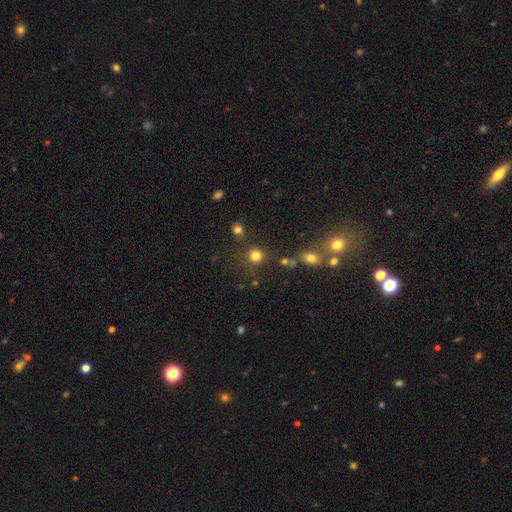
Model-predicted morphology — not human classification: Smooth or featured?
  - smooth: 78% *
  - star or artifact: 16%
  - featured or disk: 5%
How rounded?
  - round: 92% *
  - in between: 7%
  - cigar-shaped: 1%
Merging?
  - none: 80% *
  - minor disturbance: 9%
  - merger: 7%
  - major disturbance: 4%